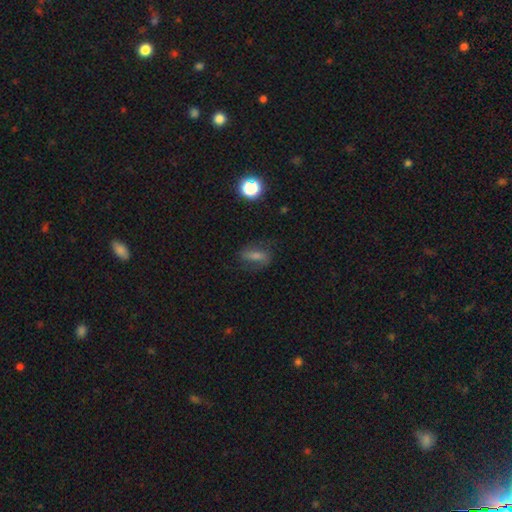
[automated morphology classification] The model was most divided on "smooth or featured": smooth: 42%, featured or disk: 39%, star or artifact: 18%. More confident: merging — none (73%).